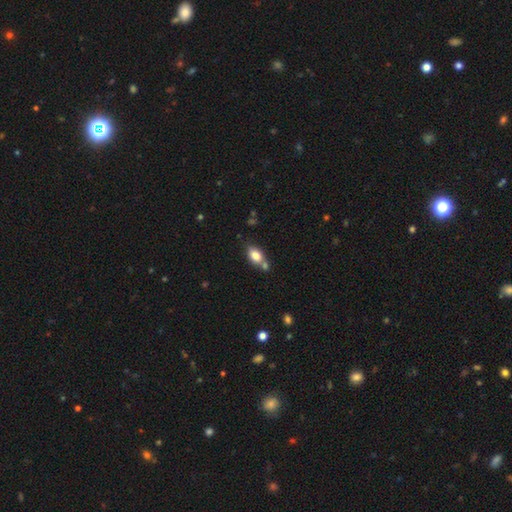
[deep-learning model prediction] Q: Smooth or featured?
A: smooth (79%); runner-up: featured or disk (12%)
Q: How rounded?
A: in between (84%); runner-up: round (13%)
Q: Merging?
A: none (55%); runner-up: merger (25%)